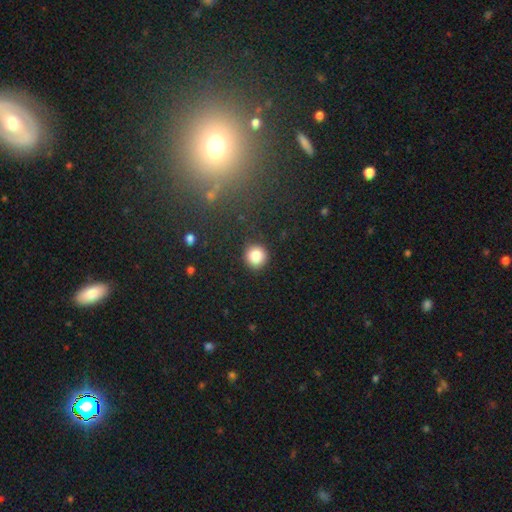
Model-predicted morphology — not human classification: smooth-or-featured: smooth: 85% | star or artifact: 10% | featured or disk: 5%
  how-rounded: round: 93% | in between: 6% | cigar-shaped: 1%
  merging: none: 89% | minor disturbance: 7% | major disturbance: 2% | merger: 1%